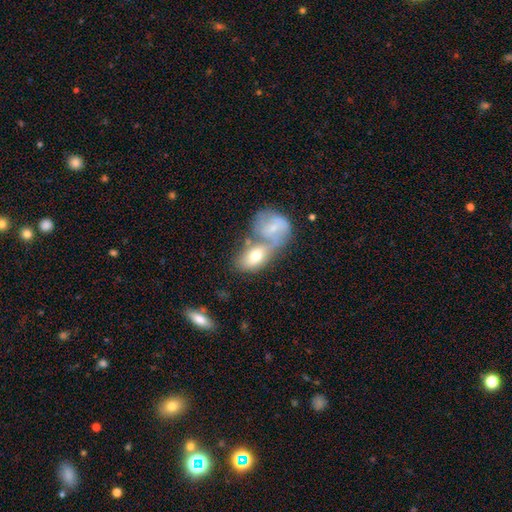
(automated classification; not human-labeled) Smooth or featured? smooth (61%)
How rounded? in between (79%)
Merging? merger (61%)